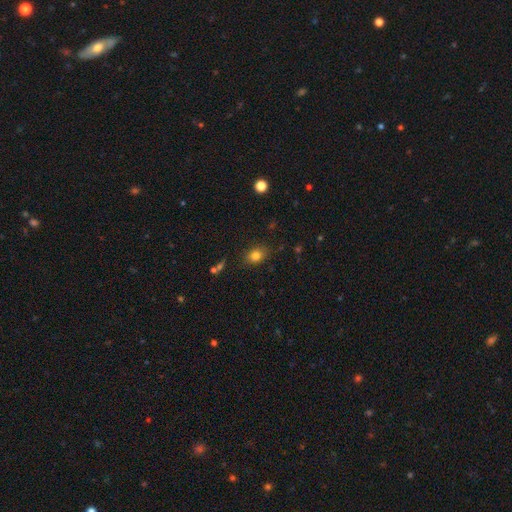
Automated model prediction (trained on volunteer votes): Smooth or featured: smooth — 79% (star or artifact — 13%)
How rounded: in between — 57% (round — 42%)
Merging: none — 83% (minor disturbance — 12%)